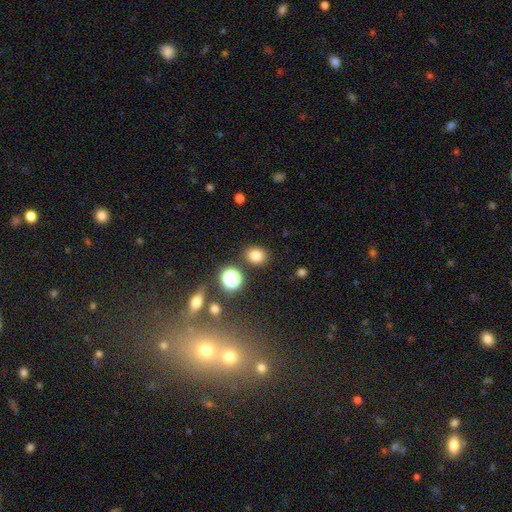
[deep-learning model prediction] Q: Smooth or featured?
A: smooth (78%); runner-up: star or artifact (15%)
Q: How rounded?
A: round (59%); runner-up: in between (40%)
Q: Merging?
A: none (84%); runner-up: minor disturbance (9%)